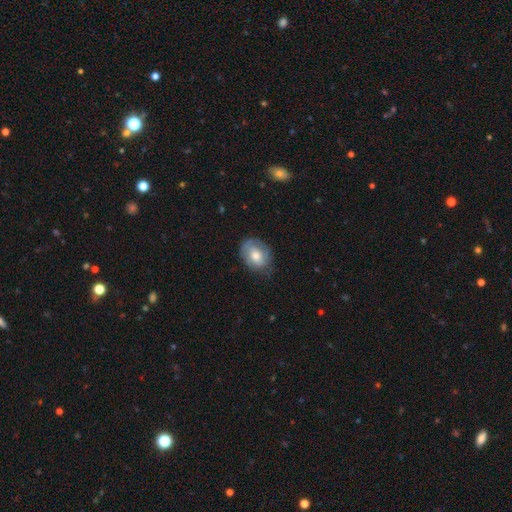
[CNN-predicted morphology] Smooth or featured? Predicted: smooth (p=0.53). How rounded? Predicted: in between (p=0.66). Merging? Predicted: none (p=0.67).